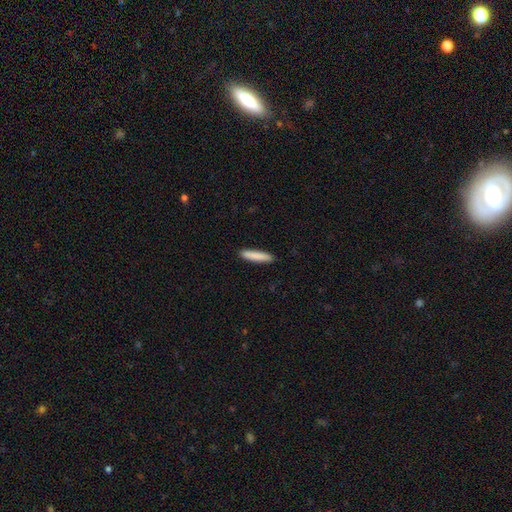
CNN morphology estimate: This appears to be a smooth galaxy with no disk features (86%) that is cigar-shaped (88%). Merging: none (91%).